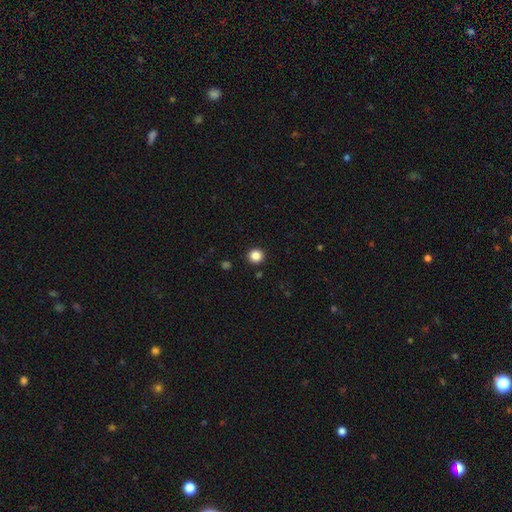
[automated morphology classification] Q: Smooth or featured?
A: smooth (85%); runner-up: star or artifact (12%)
Q: How rounded?
A: round (95%); runner-up: in between (4%)
Q: Merging?
A: none (93%); runner-up: minor disturbance (4%)